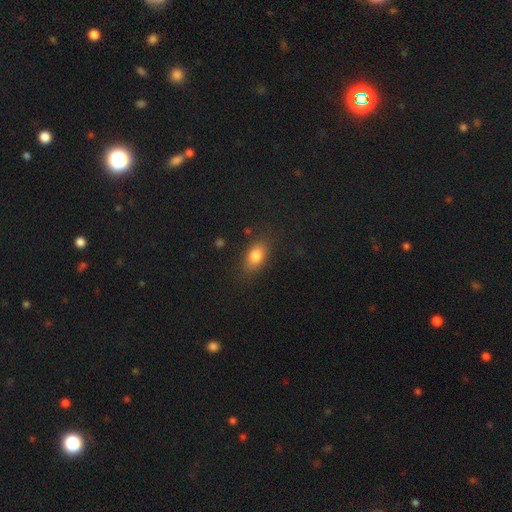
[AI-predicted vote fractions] This appears to be a smooth galaxy with no disk features (80%) that is in between round and cigar-shaped (82%). Merging: none (81%).